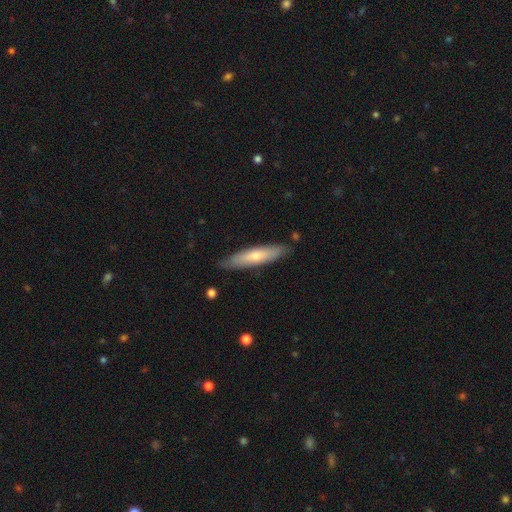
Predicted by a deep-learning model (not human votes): Overall: smooth (57%; featured or disk 38%). How rounded: cigar-shaped (79%). Merging: none (83%).